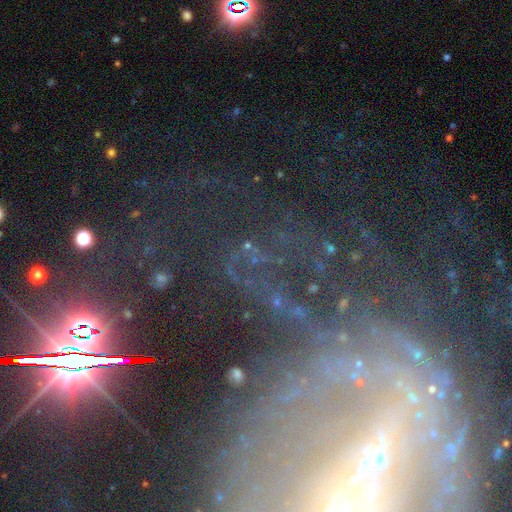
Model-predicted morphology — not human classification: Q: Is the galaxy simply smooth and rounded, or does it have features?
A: star or artifact — 65%.